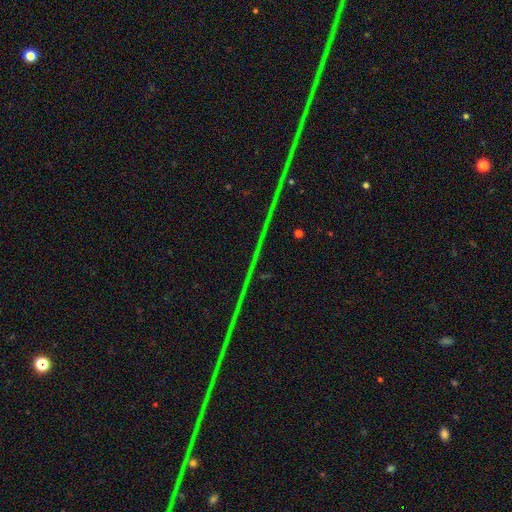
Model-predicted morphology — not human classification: smooth-or-featured: star or artifact: 86% | featured or disk: 9% | smooth: 5%